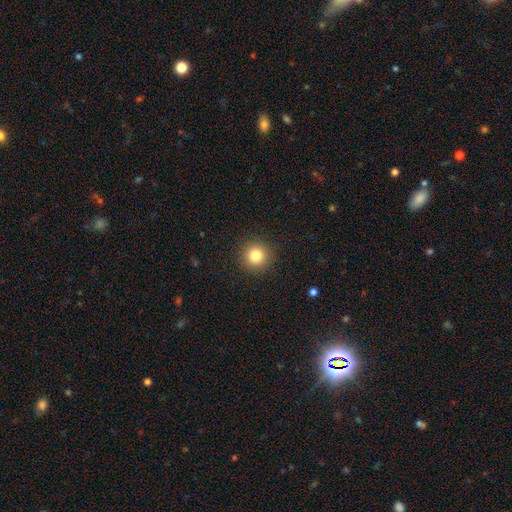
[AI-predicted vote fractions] Q: Smooth or featured?
A: smooth (82%); runner-up: star or artifact (12%)
Q: How rounded?
A: round (95%); runner-up: in between (4%)
Q: Merging?
A: none (92%); runner-up: minor disturbance (5%)